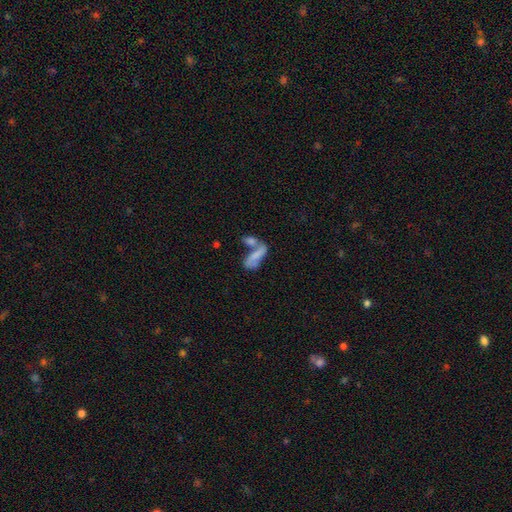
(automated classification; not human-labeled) Smooth or featured: smooth — 61% (featured or disk — 29%)
How rounded: in between — 66% (cigar-shaped — 30%)
Merging: merger — 57% (none — 21%)